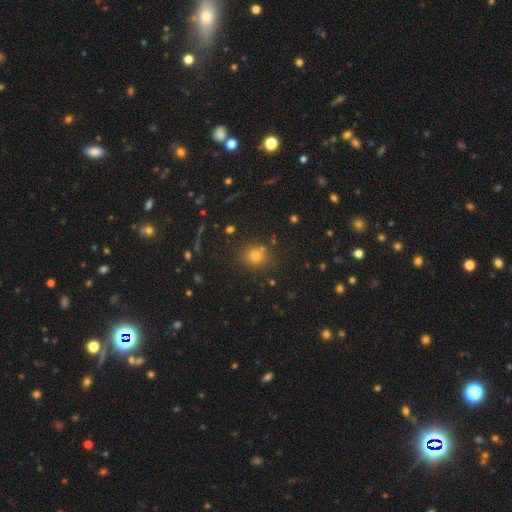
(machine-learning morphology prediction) smooth_or_featured: smooth (p=0.72) [alt: star or artifact p=0.20]
how_rounded: round (p=0.81) [alt: in between p=0.18]
merging: none (p=0.80) [alt: minor disturbance p=0.10]